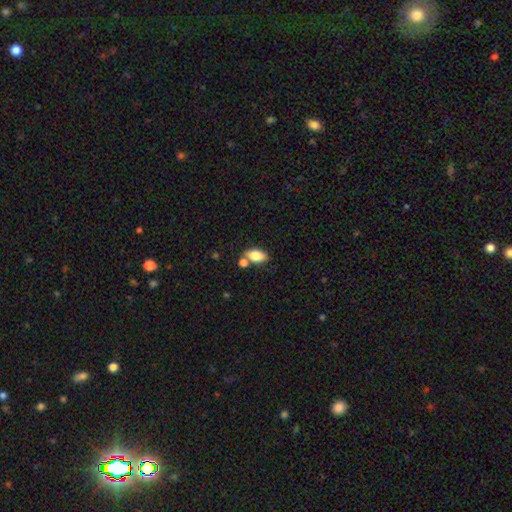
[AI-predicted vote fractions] A smooth galaxy with no disk features (83%) that is in between round and cigar-shaped (91%). Merging: none (61%).